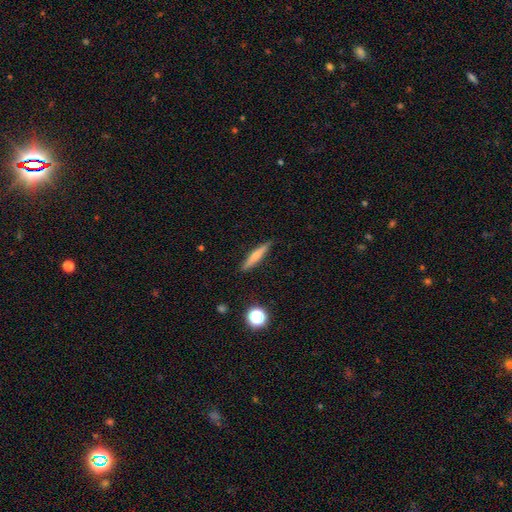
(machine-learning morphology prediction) A smooth galaxy with no disk features (59%) that is cigar-shaped (91%). Merging: none (88%).